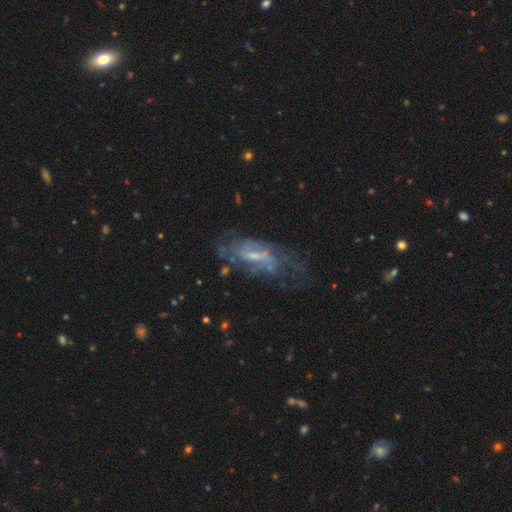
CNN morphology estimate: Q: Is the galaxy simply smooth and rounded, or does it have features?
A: featured or disk — 74%.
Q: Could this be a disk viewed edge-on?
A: no — 88%.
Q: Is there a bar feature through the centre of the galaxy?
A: weak — 51%.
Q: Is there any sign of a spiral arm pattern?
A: yes — 72%.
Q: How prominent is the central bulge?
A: small — 48%.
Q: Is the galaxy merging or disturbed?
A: none — 48%.